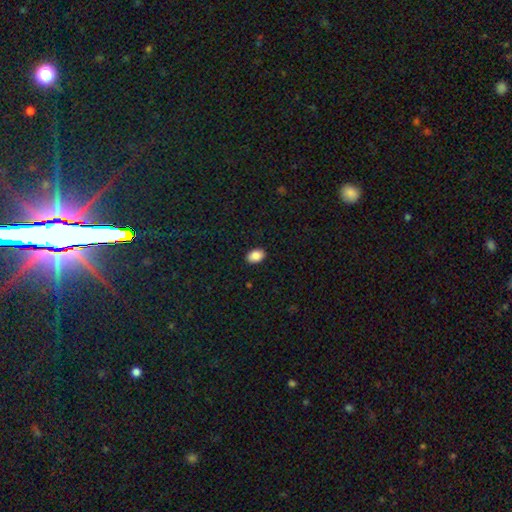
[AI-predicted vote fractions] Morphology: type=smooth (89%); roundness=in between (85%); merging=none (90%).